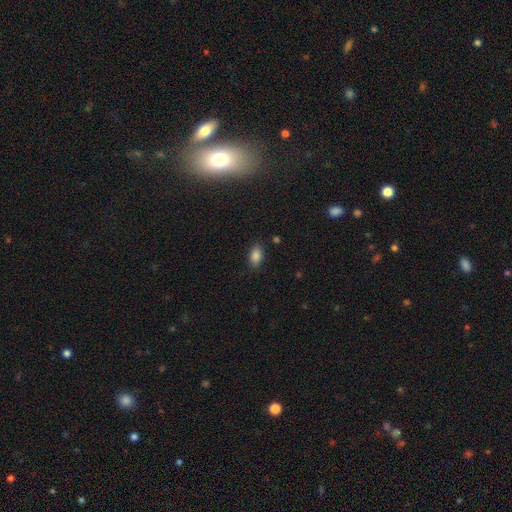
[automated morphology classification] This is clearly a smooth galaxy (85%). How rounded: clearly in between (90%). Merging: clearly none (86%).